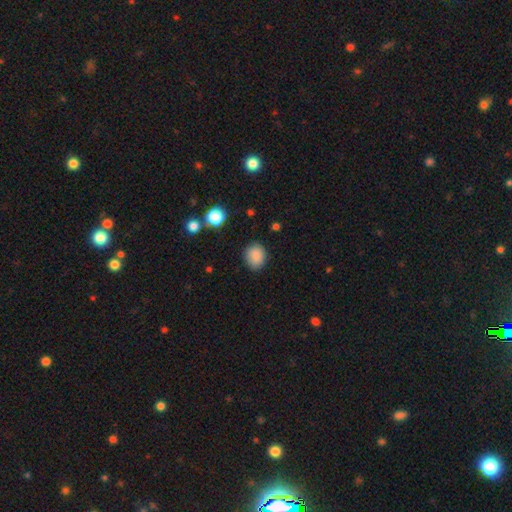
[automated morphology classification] Smooth or featured: smooth — 87% (star or artifact — 9%)
How rounded: round — 62% (in between — 37%)
Merging: none — 83% (minor disturbance — 12%)